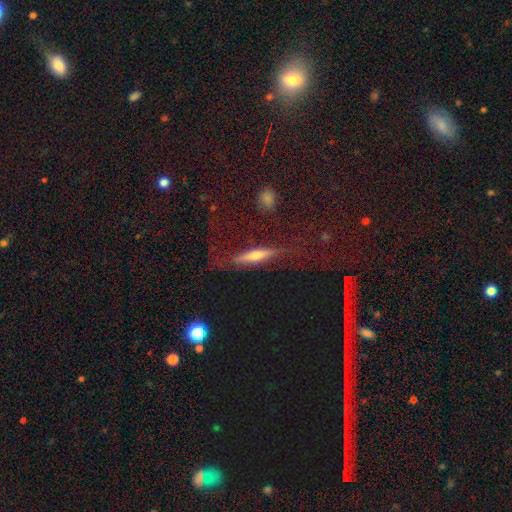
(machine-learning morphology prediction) A featured or disk galaxy (54%) viewed edge-on (84%). Merging: none (69%).